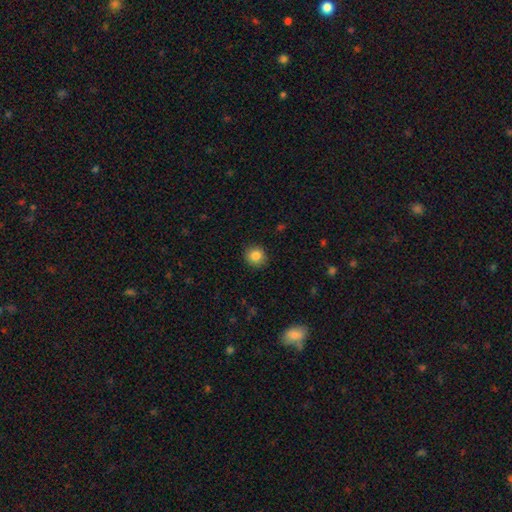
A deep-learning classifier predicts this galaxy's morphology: Q: Smooth or featured?
A: smooth (85%); runner-up: star or artifact (10%)
Q: How rounded?
A: round (91%); runner-up: in between (8%)
Q: Merging?
A: none (90%); runner-up: minor disturbance (7%)